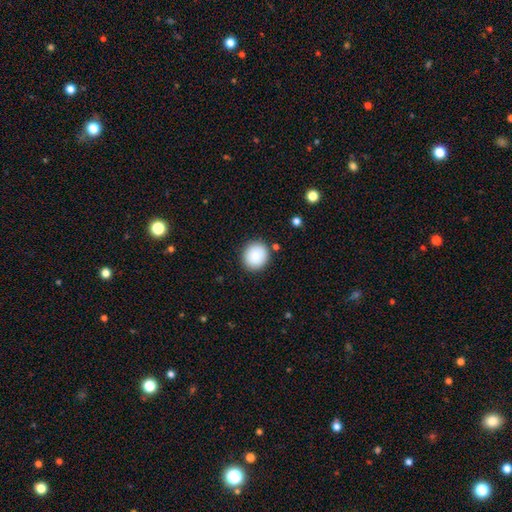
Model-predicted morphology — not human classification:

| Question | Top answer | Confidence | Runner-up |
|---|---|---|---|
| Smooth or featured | smooth | 88% | star or artifact (8%) |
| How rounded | round | 87% | in between (12%) |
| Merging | none | 88% | minor disturbance (8%) |